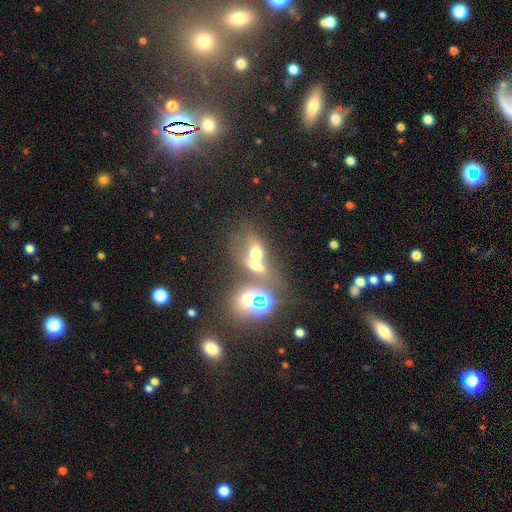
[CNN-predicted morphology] A smooth galaxy with no disk features (42%). Merging: merger (49%).